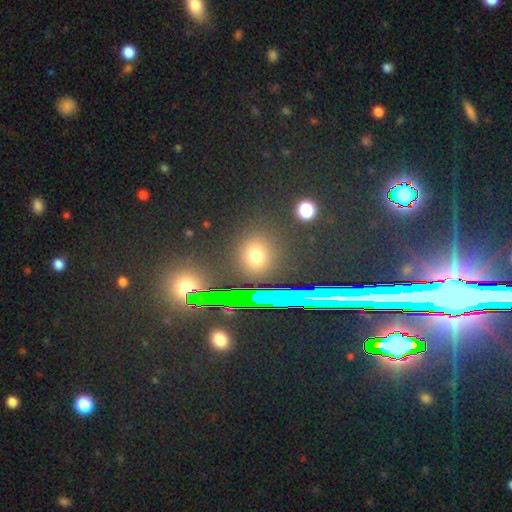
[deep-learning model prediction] Smooth or featured?
  - smooth: 68% *
  - star or artifact: 24%
  - featured or disk: 8%
How rounded?
  - round: 66% *
  - in between: 31%
  - cigar-shaped: 3%
Merging?
  - none: 84% *
  - minor disturbance: 9%
  - major disturbance: 4%
  - merger: 3%